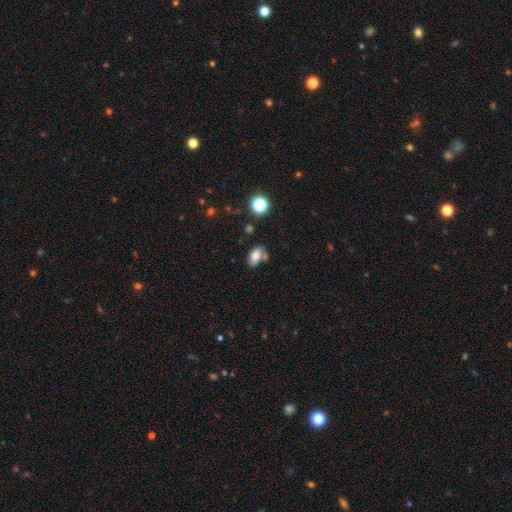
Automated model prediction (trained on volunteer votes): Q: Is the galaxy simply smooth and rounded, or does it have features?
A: smooth — 75%.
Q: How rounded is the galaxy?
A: in between — 89%.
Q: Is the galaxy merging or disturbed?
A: none — 53%.